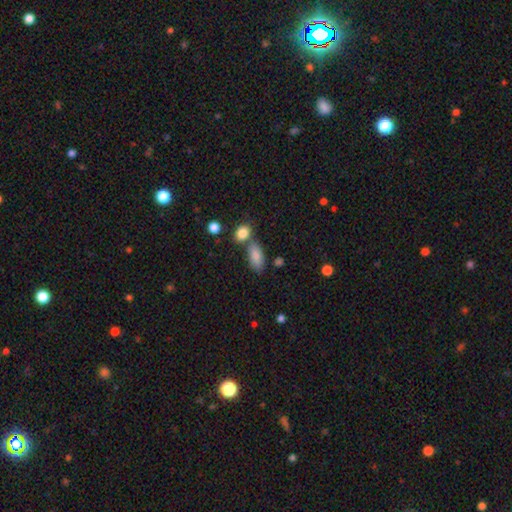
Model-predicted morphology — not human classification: The model was most divided on "merging": none: 60%, merger: 21%, minor disturbance: 14%, major disturbance: 4%. More confident: how rounded — in between (88%); smooth or featured — smooth (86%).